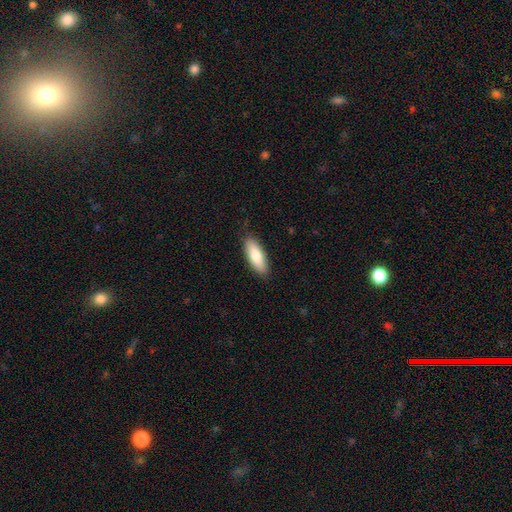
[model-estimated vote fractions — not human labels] This appears to be a smooth galaxy with no disk features (80%) that is in between round and cigar-shaped (61%). Merging: none (87%).